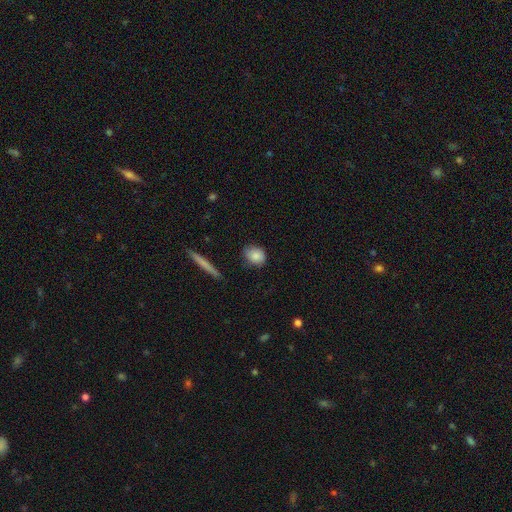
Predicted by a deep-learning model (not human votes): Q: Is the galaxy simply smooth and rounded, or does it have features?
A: smooth — 84%.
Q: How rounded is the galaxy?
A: round — 53%.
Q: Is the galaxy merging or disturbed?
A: none — 74%.